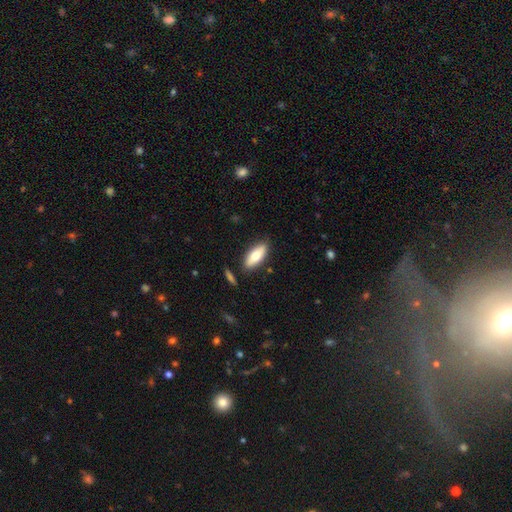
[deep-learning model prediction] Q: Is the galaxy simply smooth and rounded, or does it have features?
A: smooth — 72%.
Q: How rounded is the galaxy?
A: in between — 80%.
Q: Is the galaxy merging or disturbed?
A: none — 85%.